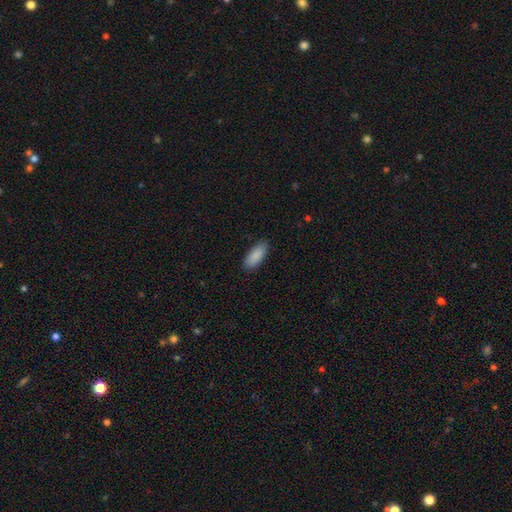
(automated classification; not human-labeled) Q: Smooth or featured?
A: smooth (89%); runner-up: star or artifact (6%)
Q: How rounded?
A: in between (81%); runner-up: cigar-shaped (18%)
Q: Merging?
A: none (86%); runner-up: minor disturbance (11%)